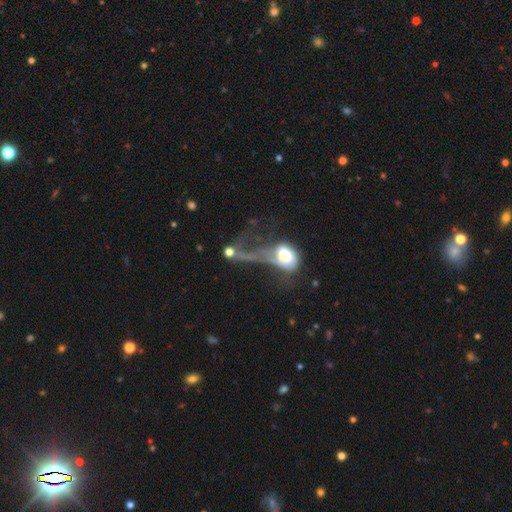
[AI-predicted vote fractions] smooth_or_featured: smooth (p=0.35) [alt: featured or disk p=0.33]
merging: major disturbance (p=0.35) [alt: merger p=0.27]